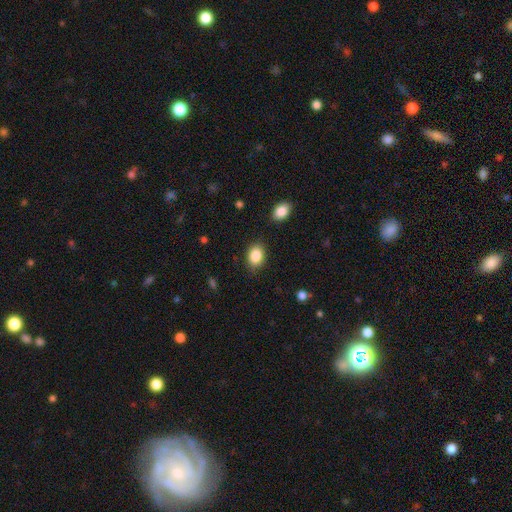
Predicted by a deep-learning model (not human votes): Smooth or featured? Predicted: smooth (p=0.87). How rounded? Predicted: in between (p=0.76). Merging? Predicted: none (p=0.84).